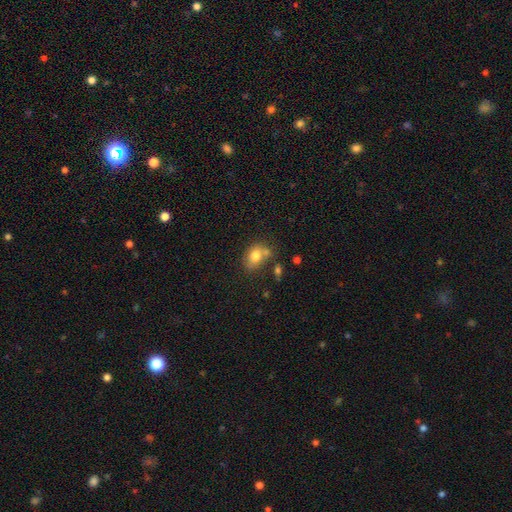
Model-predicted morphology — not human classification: type=smooth (77%); roundness=in between (71%); merging=none (51%).